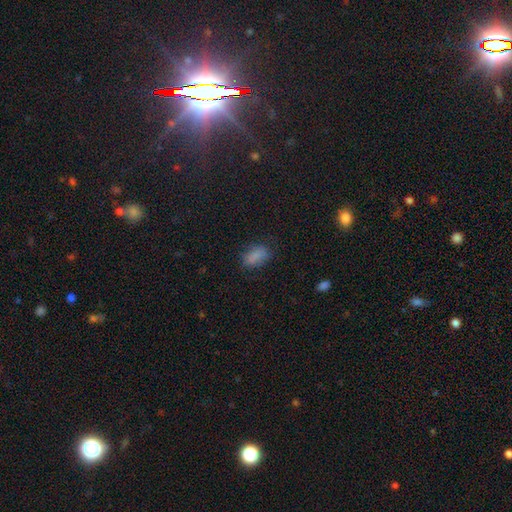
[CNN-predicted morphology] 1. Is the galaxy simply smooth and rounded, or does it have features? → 81% smooth, 12% star or artifact, 7% featured or disk.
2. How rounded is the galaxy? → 89% in between, 7% round, 4% cigar-shaped.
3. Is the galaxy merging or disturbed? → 72% none, 20% minor disturbance, 7% major disturbance, 2% merger.